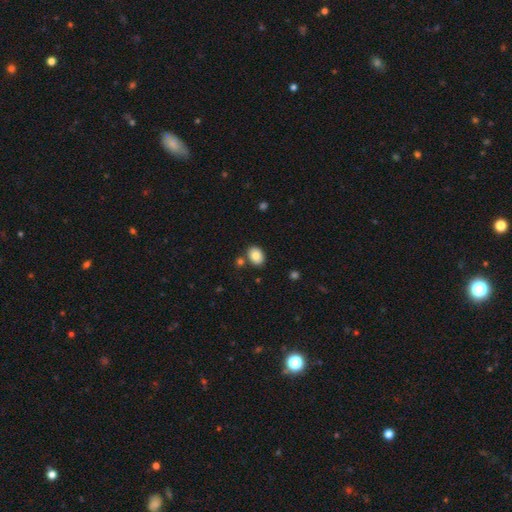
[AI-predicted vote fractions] Smooth or featured: smooth — 83% (featured or disk — 9%)
How rounded: in between — 73% (round — 26%)
Merging: none — 80% (minor disturbance — 10%)